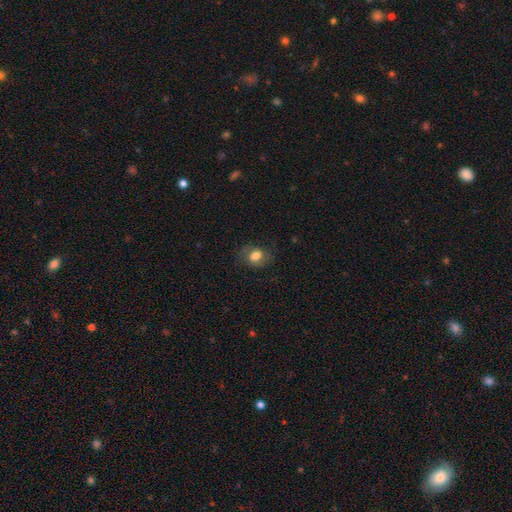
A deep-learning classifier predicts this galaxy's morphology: Overall: smooth (72%). How rounded: in between (58%; round 41%). Merging: none (73%).